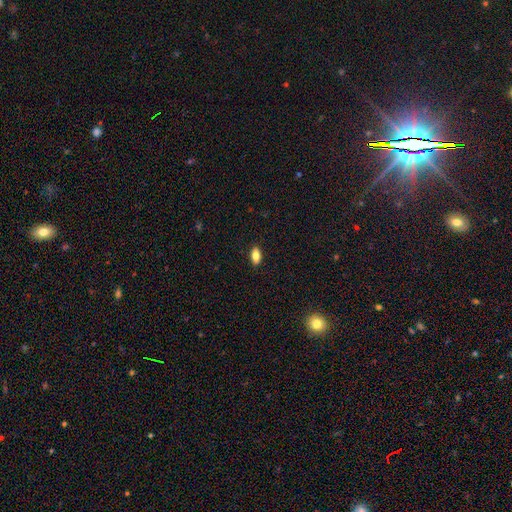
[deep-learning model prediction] A smooth galaxy with no disk features (80%) that is in between round and cigar-shaped (88%).

Vote fractions:
- Smooth or featured? smooth: 80% / featured or disk: 12% / star or artifact: 8%
- How rounded? in between: 88% / cigar-shaped: 8% / round: 4%
- Merging? none: 89% / minor disturbance: 8% / major disturbance: 2% / merger: 1%